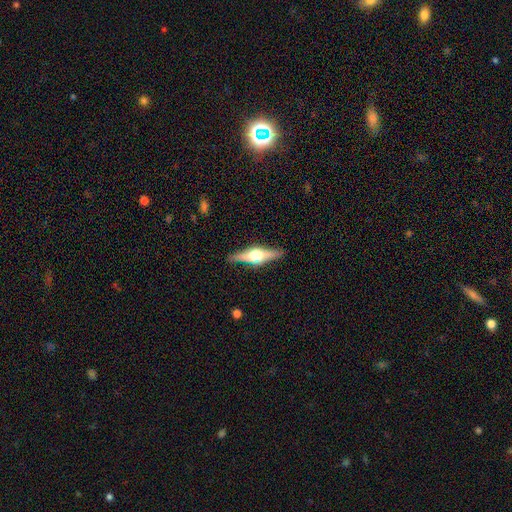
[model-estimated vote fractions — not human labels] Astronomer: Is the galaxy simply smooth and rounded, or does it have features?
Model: featured or disk — 75%.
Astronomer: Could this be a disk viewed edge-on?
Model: yes — 97%.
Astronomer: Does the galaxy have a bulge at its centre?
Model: rounded — 93%.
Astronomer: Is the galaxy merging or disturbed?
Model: none — 89%.